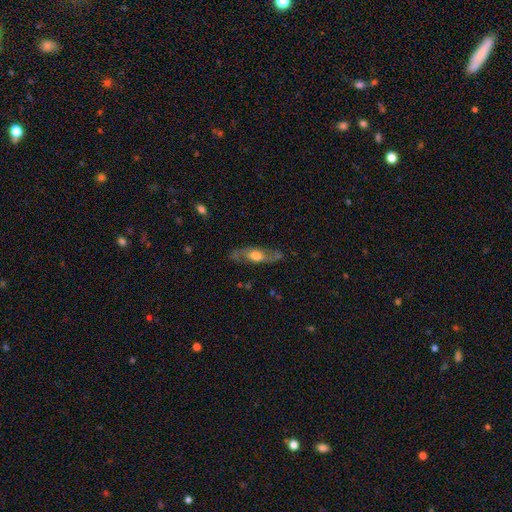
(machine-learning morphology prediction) Smooth or featured? featured or disk (62%)
Edge-on disk? no (65%)
Merging? none (75%)